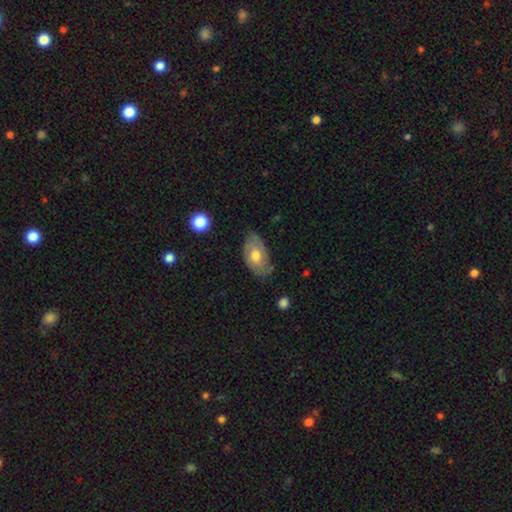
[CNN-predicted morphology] smooth_or_featured: featured or disk (p=0.50) [alt: smooth p=0.44]
merging: none (p=0.65) [alt: minor disturbance p=0.27]